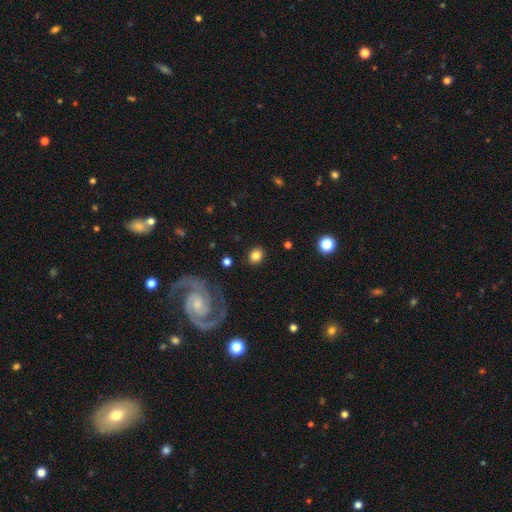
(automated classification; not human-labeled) A smooth galaxy with no disk features (79%) that is round (72%).

Vote fractions:
- Smooth or featured? smooth: 79% / featured or disk: 11% / star or artifact: 10%
- How rounded? round: 72% / in between: 27% / cigar-shaped: 1%
- Merging? none: 88% / minor disturbance: 8% / major disturbance: 3% / merger: 2%